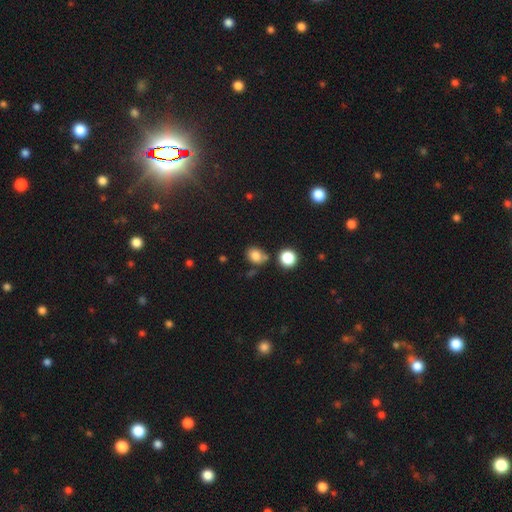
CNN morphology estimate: Smooth or featured?
  - smooth: 81% *
  - star or artifact: 13%
  - featured or disk: 6%
How rounded?
  - in between: 53% *
  - round: 46%
  - cigar-shaped: 1%
Merging?
  - none: 65% *
  - minor disturbance: 16%
  - merger: 14%
  - major disturbance: 4%